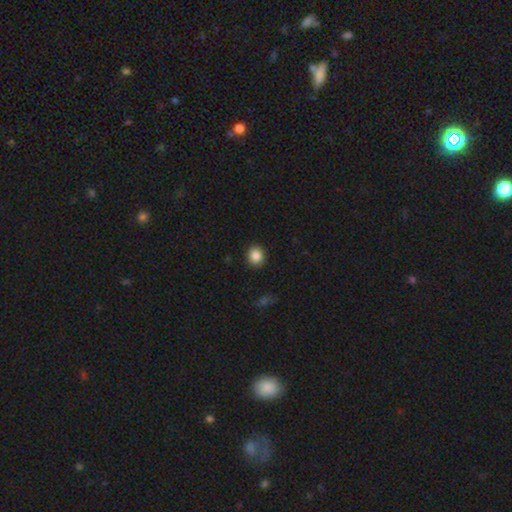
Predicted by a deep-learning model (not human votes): Smooth or featured: smooth — 86% (star or artifact — 10%)
How rounded: round — 84% (in between — 15%)
Merging: none — 92% (minor disturbance — 5%)